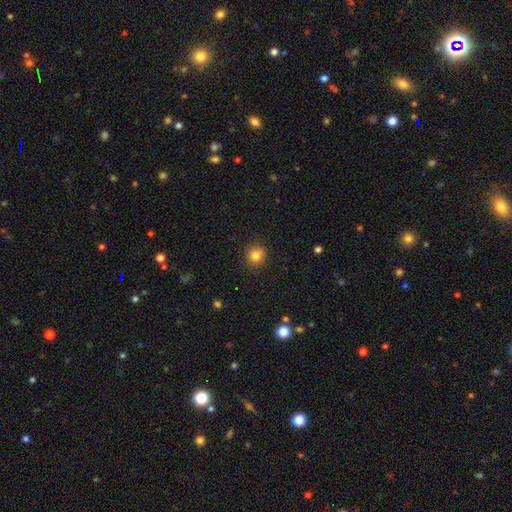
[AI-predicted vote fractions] Smooth or featured? Predicted: smooth (p=0.81). How rounded? Predicted: round (p=0.91). Merging? Predicted: none (p=0.88).